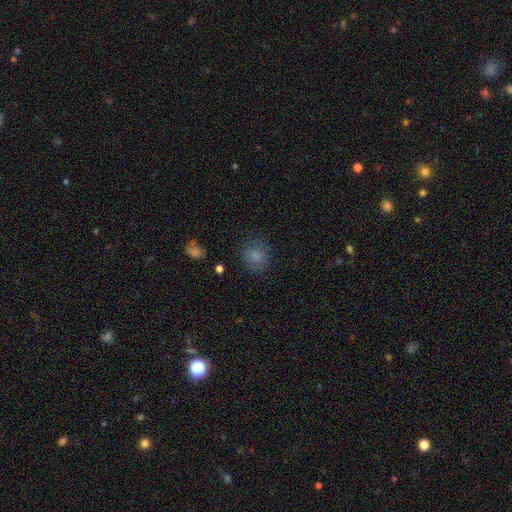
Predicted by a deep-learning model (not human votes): Smooth or featured: smooth — 81% (star or artifact — 12%)
How rounded: round — 78% (in between — 21%)
Merging: none — 76% (minor disturbance — 16%)